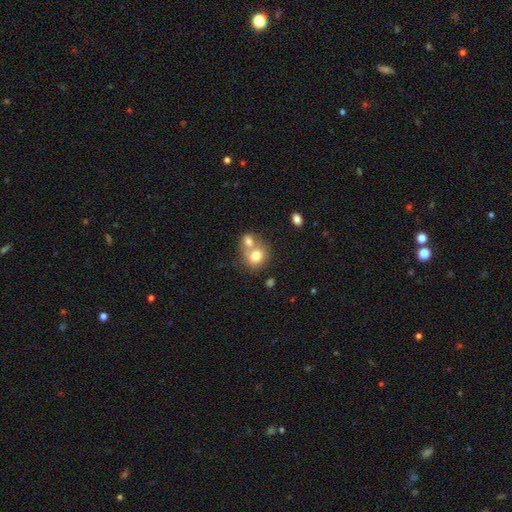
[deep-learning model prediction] A smooth galaxy with no disk features (73%) that is round (70%). Merging: merger (59%).